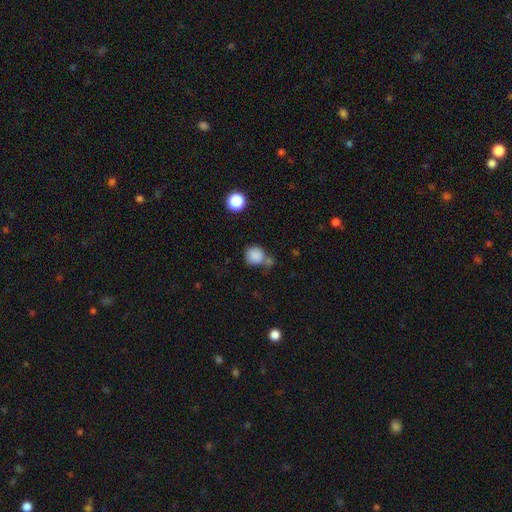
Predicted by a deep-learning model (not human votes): smooth 85%, star or artifact 10%, featured or disk 5%. Down the decision tree: how rounded — round (90%); merging — none (56%).